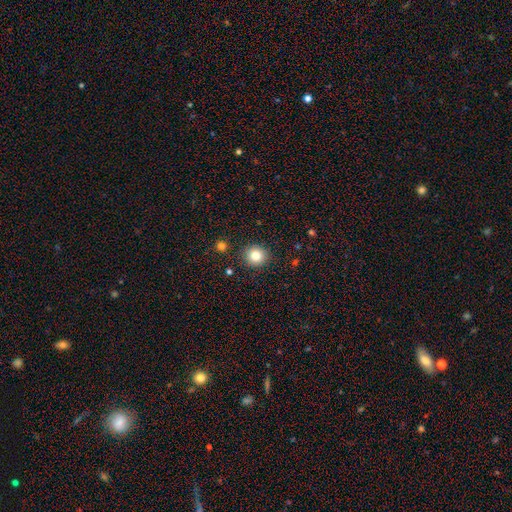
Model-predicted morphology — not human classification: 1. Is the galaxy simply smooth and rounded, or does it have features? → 81% smooth, 12% star or artifact, 7% featured or disk.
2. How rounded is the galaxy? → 90% round, 9% in between, 1% cigar-shaped.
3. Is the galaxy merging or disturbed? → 90% none, 6% minor disturbance, 2% major disturbance, 2% merger.